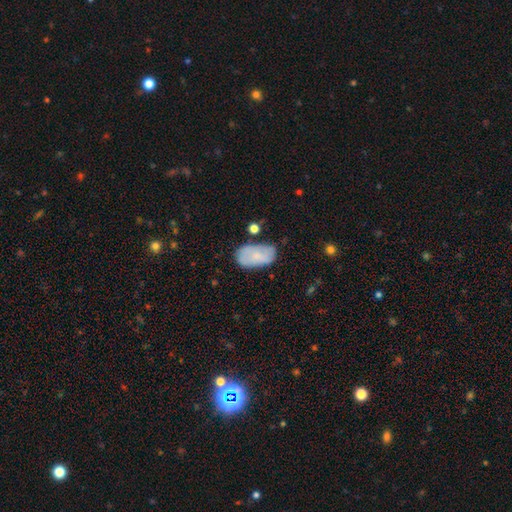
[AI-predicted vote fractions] This is likely a smooth galaxy (71%). How rounded: clearly in between (94%). Merging: likely none (61%).